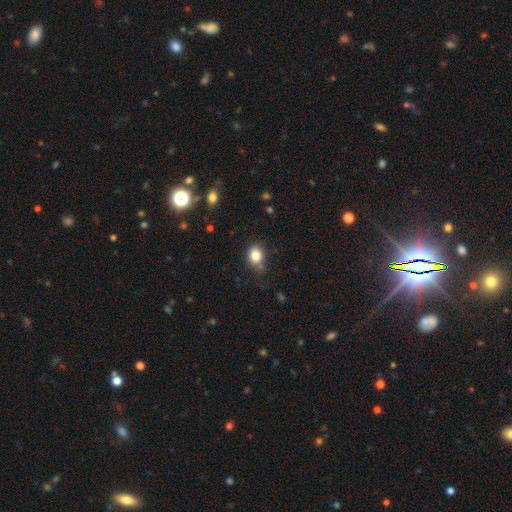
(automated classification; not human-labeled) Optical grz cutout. It shows a smooth galaxy with no disk features (82%) that is round (54%). Merging: none (69%).